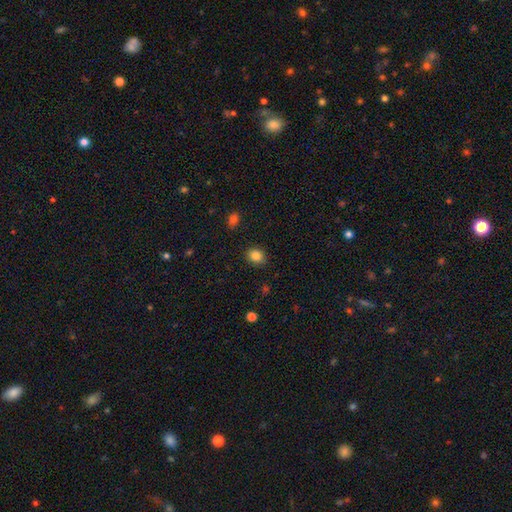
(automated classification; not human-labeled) Smooth or featured: smooth — 85% (star or artifact — 11%)
How rounded: round — 67% (in between — 32%)
Merging: none — 88% (minor disturbance — 8%)